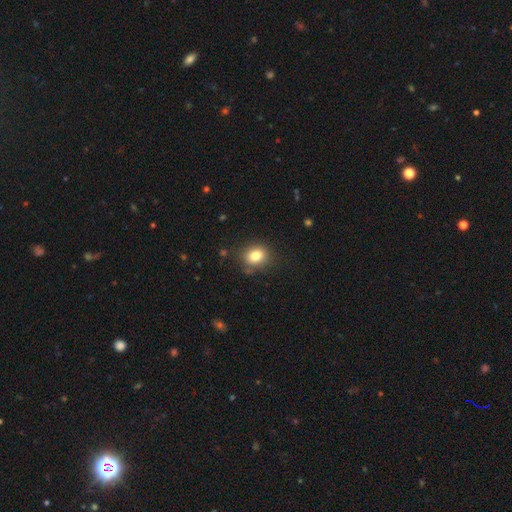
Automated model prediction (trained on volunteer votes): Smooth or featured? smooth (81%)
How rounded? round (63%)
Merging? none (83%)